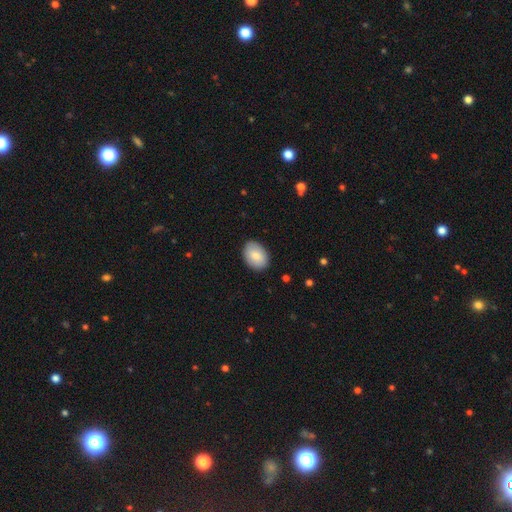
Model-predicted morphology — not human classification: Smooth or featured? smooth (80%)
How rounded? in between (78%)
Merging? none (87%)